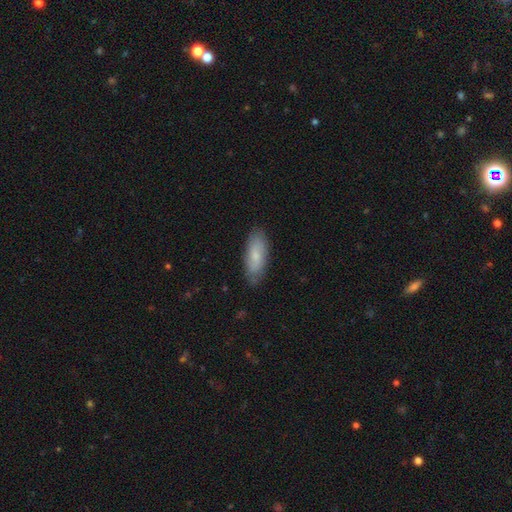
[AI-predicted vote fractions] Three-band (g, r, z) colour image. It shows a smooth galaxy with no disk features (71%) that is in between round and cigar-shaped (73%). Merging: none (81%).